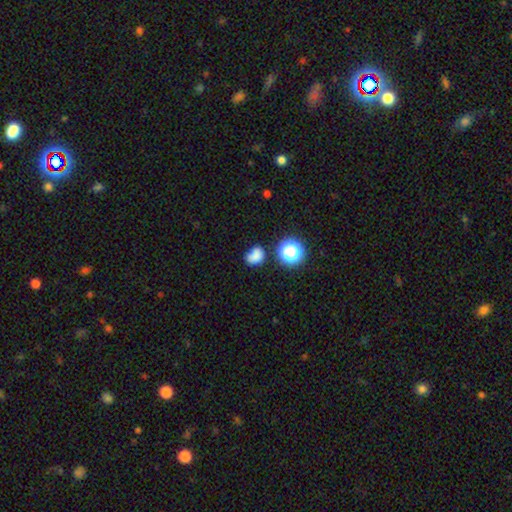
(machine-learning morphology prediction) smooth 75%, star or artifact 16%, featured or disk 8%. Down the decision tree: how rounded — round (51%); merging — none (51%).